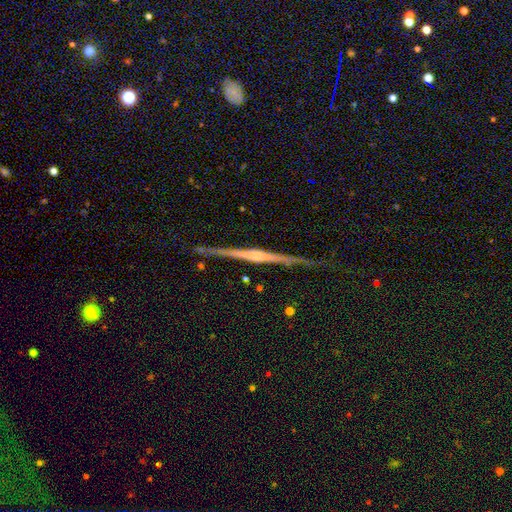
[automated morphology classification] This is clearly a featured or disk galaxy (83%). It is clearly viewed edge-on (98%). Edge-on bulge: likely rounded (63%). Merging: clearly none (85%).